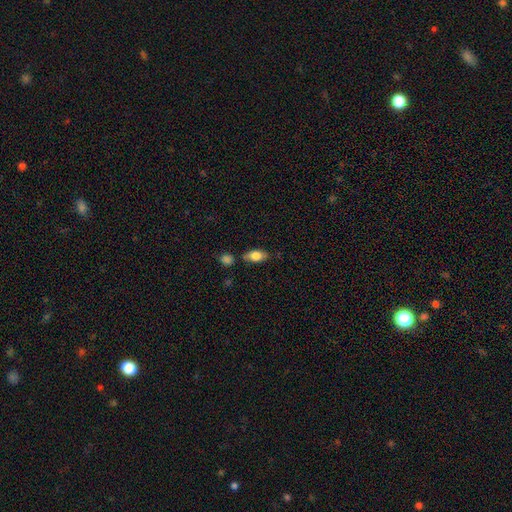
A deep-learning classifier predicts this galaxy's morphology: type=smooth (78%); roundness=in between (87%); merging=none (75%).